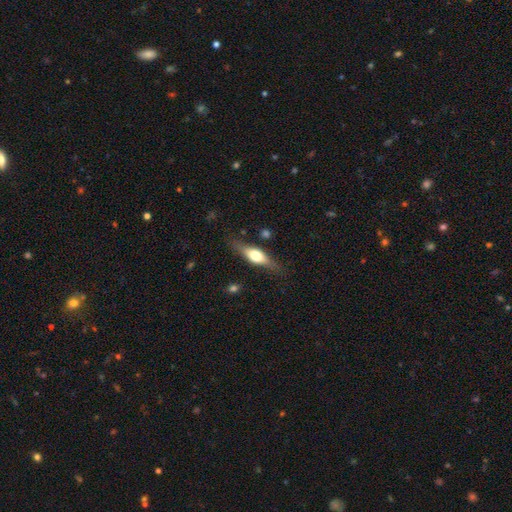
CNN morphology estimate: Smooth or featured? Predicted: featured or disk (p=0.50). Merging? Predicted: none (p=0.78).